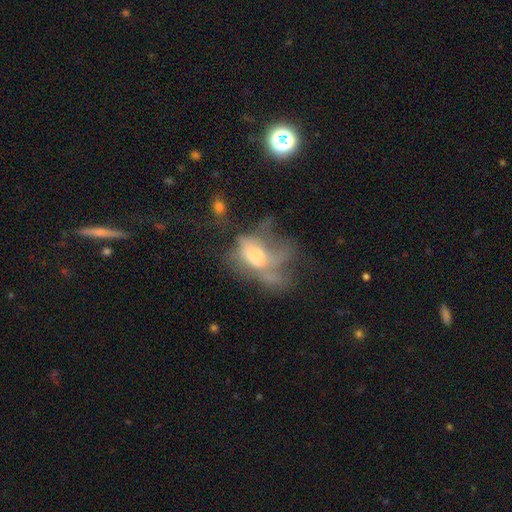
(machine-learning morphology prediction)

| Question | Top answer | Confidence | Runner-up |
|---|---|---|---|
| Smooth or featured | featured or disk | 48% | smooth (38%) |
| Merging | major disturbance | 53% | none (19%) |